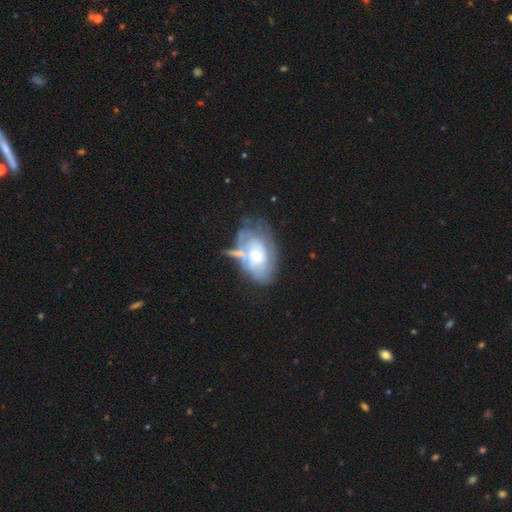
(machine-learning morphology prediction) type=featured or disk (67%); edge-on=no (95%); bar=no (70%); spiral arms=yes (74%); bulge=moderate (52%); merging=none (37%).